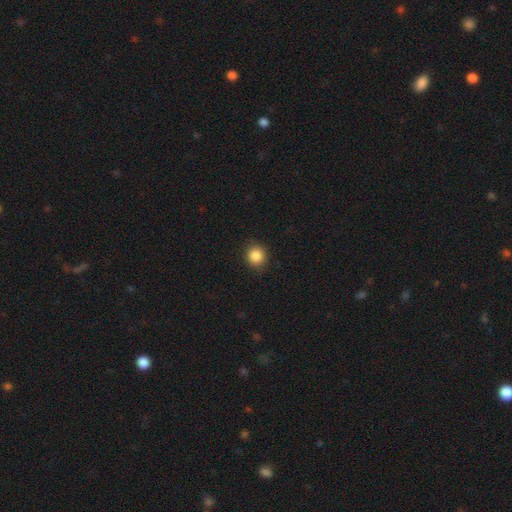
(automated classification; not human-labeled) This appears to be a smooth galaxy with no disk features (87%) that is round (87%). Merging: none (90%).